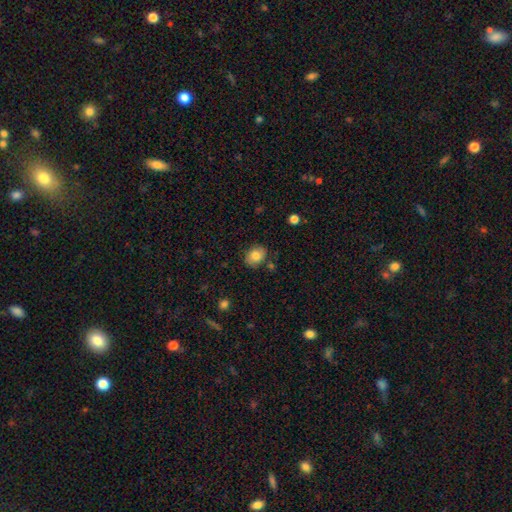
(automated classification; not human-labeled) smooth 81%, featured or disk 10%, star or artifact 8%. Down the decision tree: how rounded — in between (58%); merging — none (82%).